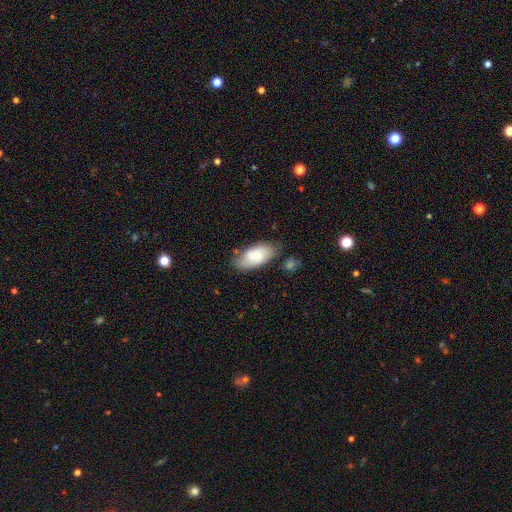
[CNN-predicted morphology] A smooth galaxy with no disk features (76%) that is in between round and cigar-shaped (92%).

Vote fractions:
- Smooth or featured? smooth: 76% / featured or disk: 18% / star or artifact: 6%
- How rounded? in between: 92% / cigar-shaped: 6% / round: 2%
- Merging? none: 68% / minor disturbance: 22% / merger: 6% / major disturbance: 5%